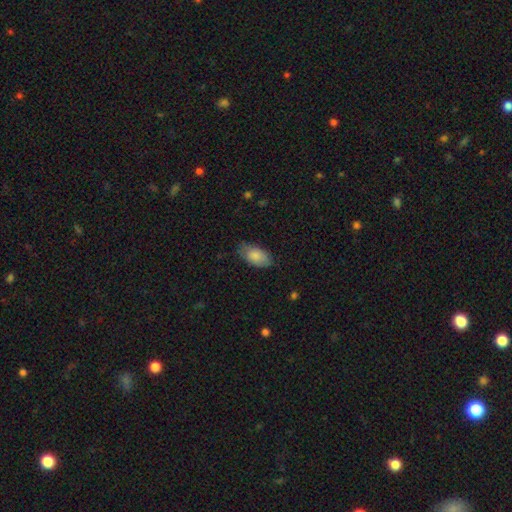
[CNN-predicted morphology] The model was most divided on "merging": none: 69%, minor disturbance: 24%, major disturbance: 5%, merger: 1%. More confident: how rounded — in between (93%); smooth or featured — smooth (84%).